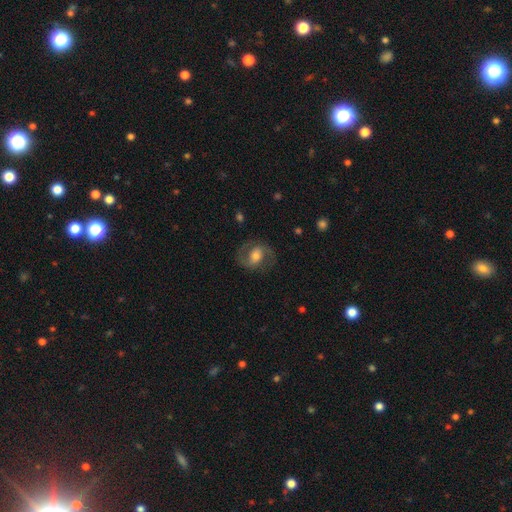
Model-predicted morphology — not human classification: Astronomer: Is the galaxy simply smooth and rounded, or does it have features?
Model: featured or disk — 70%.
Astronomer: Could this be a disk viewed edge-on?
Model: no — 97%.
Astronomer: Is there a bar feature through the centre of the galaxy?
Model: weak — 41% (runner-up: no, 40%).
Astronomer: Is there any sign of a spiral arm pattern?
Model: yes — 87%.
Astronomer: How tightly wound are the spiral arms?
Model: medium — 55%.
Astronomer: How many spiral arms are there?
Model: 2 — 88%.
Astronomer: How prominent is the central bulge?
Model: moderate — 57%.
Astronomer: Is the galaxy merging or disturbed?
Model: none — 75%.